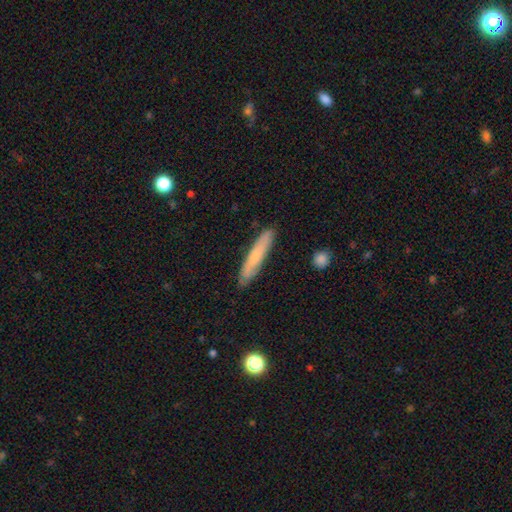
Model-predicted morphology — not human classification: Smooth or featured?
  - smooth: 67% *
  - featured or disk: 27%
  - star or artifact: 6%
How rounded?
  - cigar-shaped: 92% *
  - in between: 7%
  - round: 1%
Merging?
  - none: 87% *
  - minor disturbance: 10%
  - major disturbance: 2%
  - merger: 1%